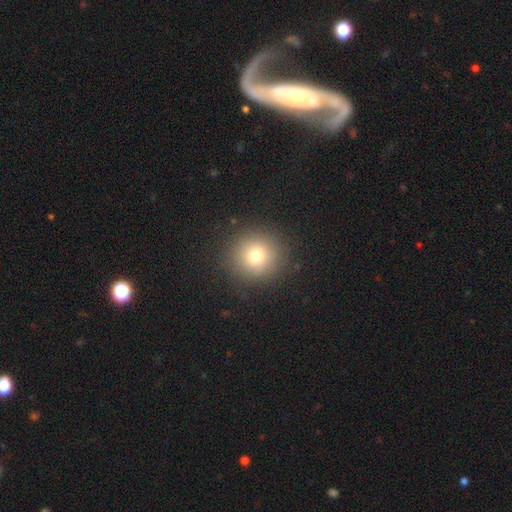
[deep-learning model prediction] Morphology: type=smooth (76%); roundness=round (93%); merging=none (90%).